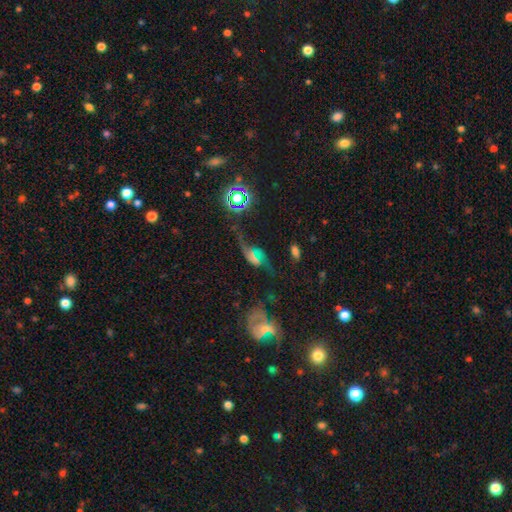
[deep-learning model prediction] The model was most divided on "bulge size": none: 35%, small: 33%, moderate: 22%, large: 7%, dominant: 3%. Remaining: edge-on disk — no (91%); spiral arms — yes (84%); smooth or featured — featured or disk (64%); merging — none (43%); bar — weak (41%).